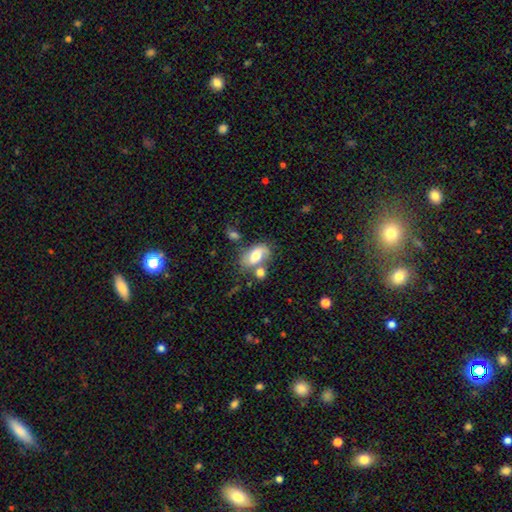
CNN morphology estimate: Smooth or featured?
  - smooth: 50% *
  - featured or disk: 41%
  - star or artifact: 9%
Merging?
  - none: 46% *
  - merger: 24%
  - minor disturbance: 20%
  - major disturbance: 10%